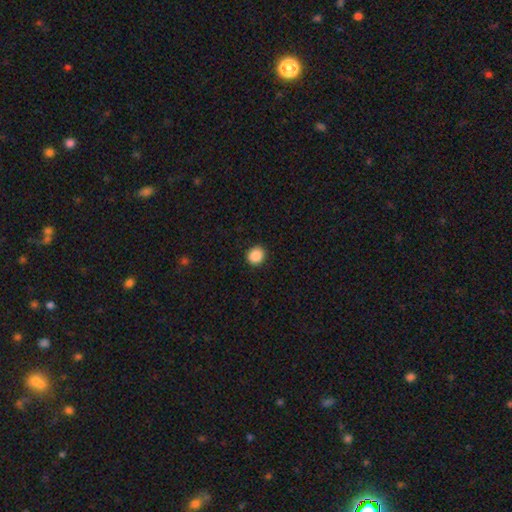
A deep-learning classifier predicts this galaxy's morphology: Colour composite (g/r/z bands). It shows a smooth galaxy with no disk features (88%) that is round (80%). Merging: none (91%).